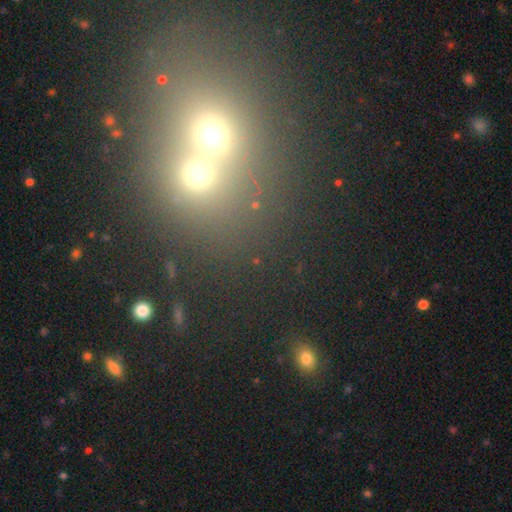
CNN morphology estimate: Smooth or featured?
  - smooth: 53% *
  - star or artifact: 33%
  - featured or disk: 15%
How rounded?
  - round: 74% *
  - in between: 24%
  - cigar-shaped: 2%
Merging?
  - merger: 58% *
  - none: 34%
  - minor disturbance: 5%
  - major disturbance: 3%